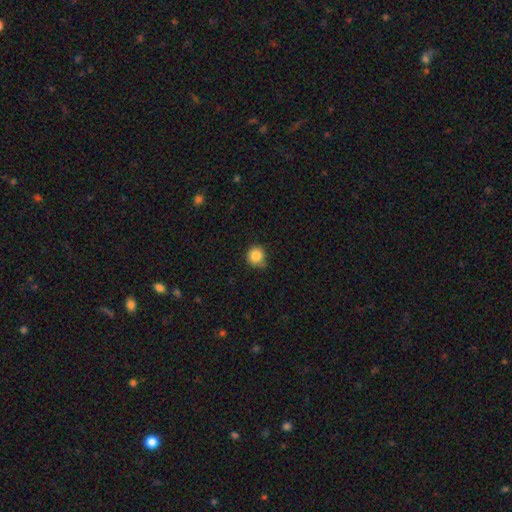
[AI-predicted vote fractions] smooth 84%, star or artifact 11%, featured or disk 6%. Down the decision tree: how rounded — round (90%); merging — none (70%).